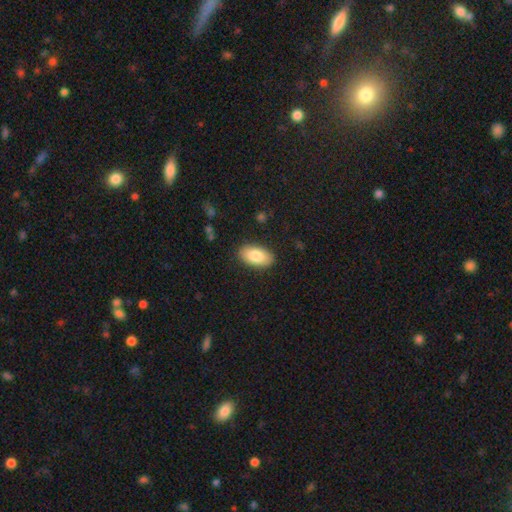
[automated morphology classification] type=smooth (85%); roundness=in between (94%); merging=none (88%).